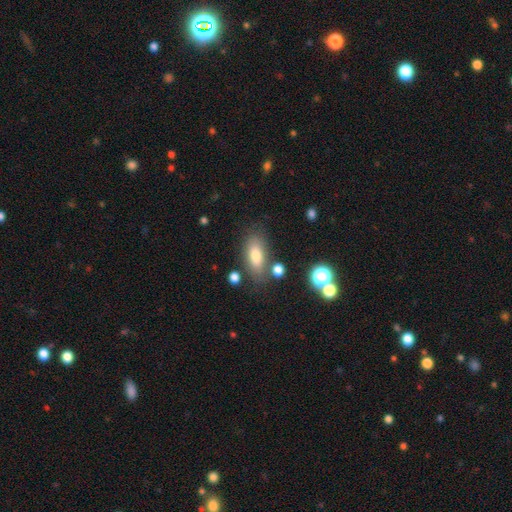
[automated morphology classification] Smooth or featured? smooth (74%)
How rounded? in between (81%)
Merging? none (75%)